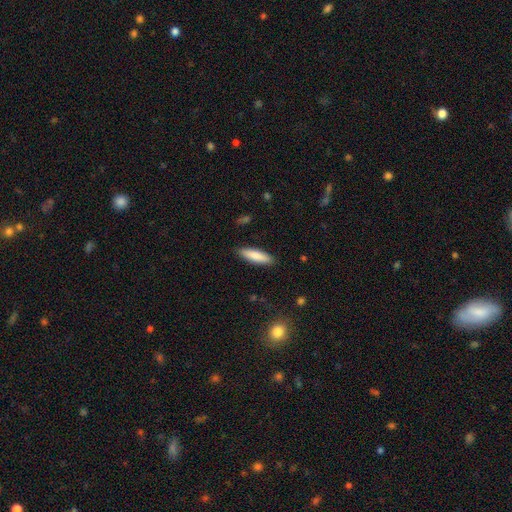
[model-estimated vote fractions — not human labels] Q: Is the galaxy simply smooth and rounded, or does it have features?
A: smooth — 82%.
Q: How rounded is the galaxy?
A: cigar-shaped — 66%.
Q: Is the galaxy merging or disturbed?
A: none — 89%.